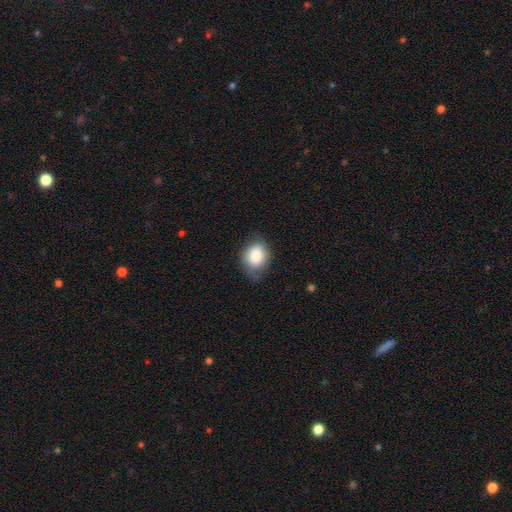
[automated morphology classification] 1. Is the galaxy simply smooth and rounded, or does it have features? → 84% smooth, 10% featured or disk, 7% star or artifact.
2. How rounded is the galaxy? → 64% in between, 35% round, 1% cigar-shaped.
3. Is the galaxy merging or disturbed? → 62% none, 29% minor disturbance, 7% major disturbance, 1% merger.